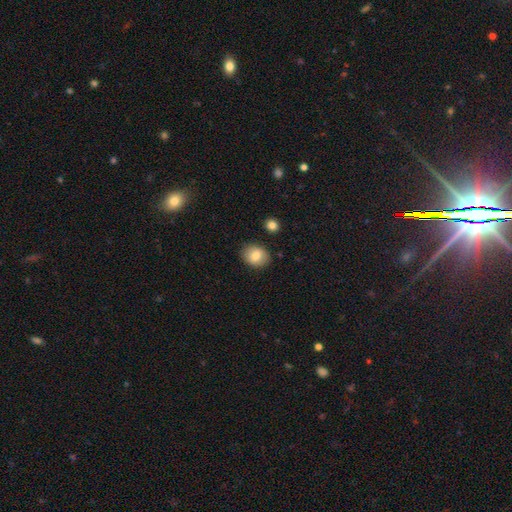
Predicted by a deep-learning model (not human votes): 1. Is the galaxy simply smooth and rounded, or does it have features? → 82% smooth, 10% featured or disk, 8% star or artifact.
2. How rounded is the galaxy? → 54% in between, 45% round, 1% cigar-shaped.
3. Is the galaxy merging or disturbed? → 85% none, 10% minor disturbance, 3% major disturbance, 2% merger.